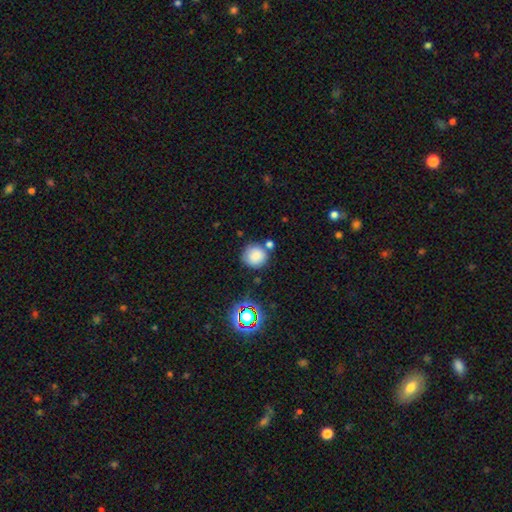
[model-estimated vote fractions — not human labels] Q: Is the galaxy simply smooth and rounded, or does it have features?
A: smooth — 80%.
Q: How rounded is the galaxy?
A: round — 92%.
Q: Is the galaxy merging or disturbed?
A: none — 71%.